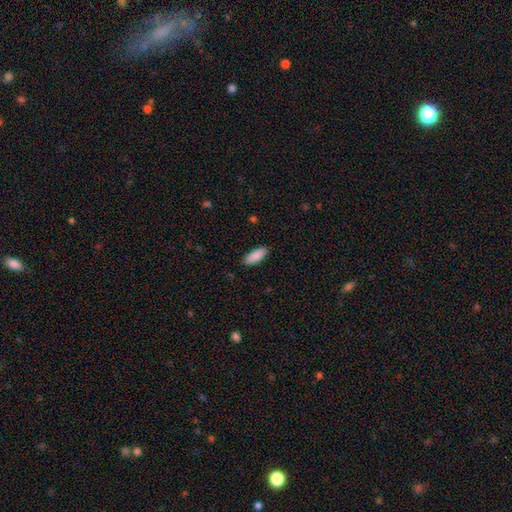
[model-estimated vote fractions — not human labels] Smooth or featured: smooth — 90% (star or artifact — 6%)
How rounded: in between — 81% (cigar-shaped — 17%)
Merging: none — 87% (minor disturbance — 10%)